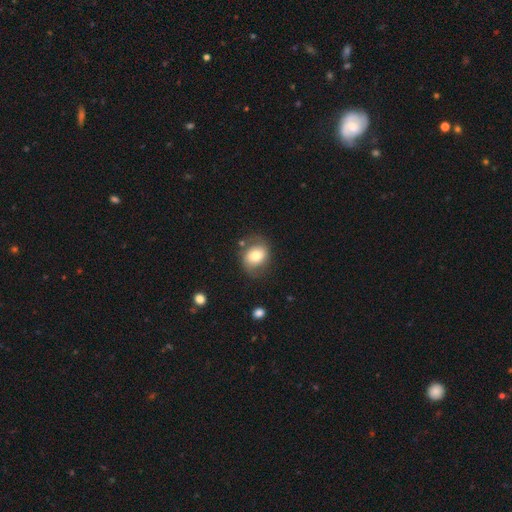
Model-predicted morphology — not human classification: Smooth or featured? Predicted: smooth (p=0.67). How rounded? Predicted: round (p=0.52). Merging? Predicted: none (p=0.68).